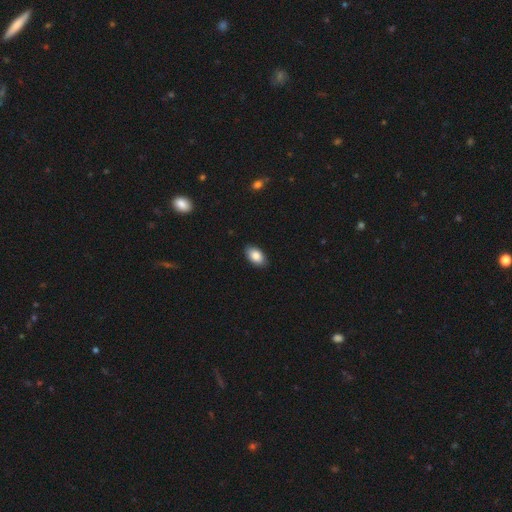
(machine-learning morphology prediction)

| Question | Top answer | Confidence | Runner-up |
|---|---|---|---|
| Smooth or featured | smooth | 86% | featured or disk (7%) |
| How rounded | in between | 93% | round (5%) |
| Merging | none | 88% | minor disturbance (9%) |